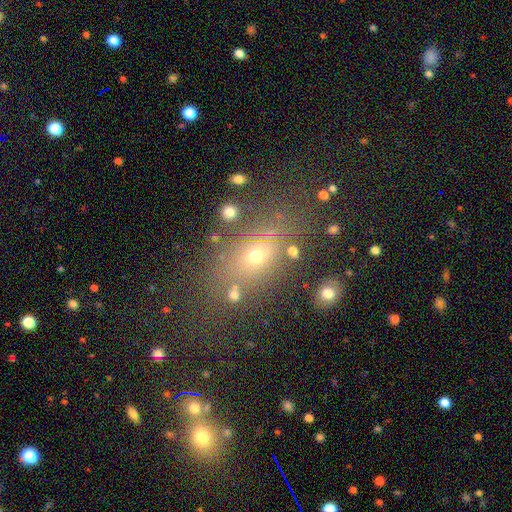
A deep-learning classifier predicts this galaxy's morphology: smooth-or-featured: smooth: 61% | star or artifact: 22% | featured or disk: 17%
  how-rounded: in between: 68% | round: 22% | cigar-shaped: 10%
  merging: none: 70% | minor disturbance: 15% | major disturbance: 8% | merger: 7%